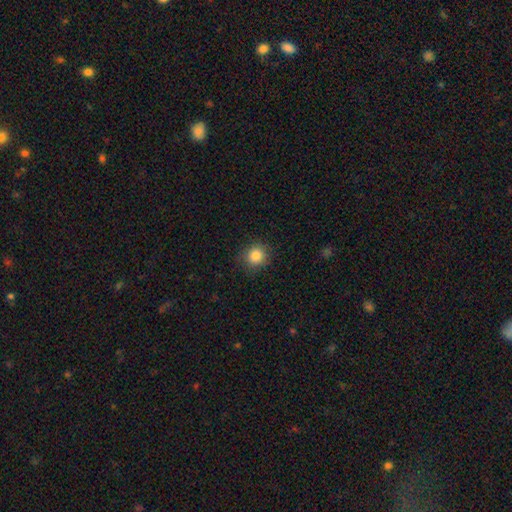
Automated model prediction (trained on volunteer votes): This appears to be a smooth galaxy with no disk features (85%) that is round (90%). Merging: none (88%).